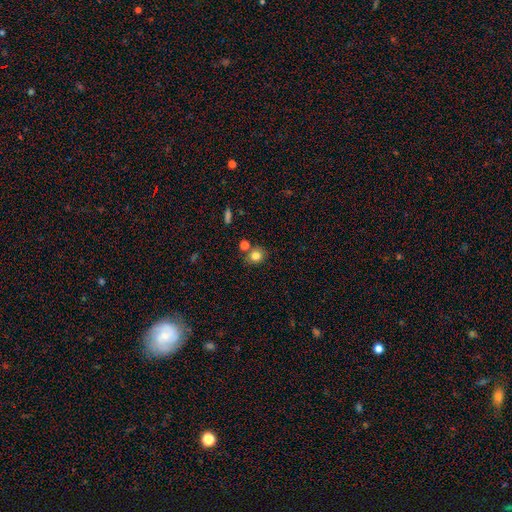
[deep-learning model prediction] smooth 80%, star or artifact 12%, featured or disk 8%. Down the decision tree: how rounded — round (80%); merging — none (71%).